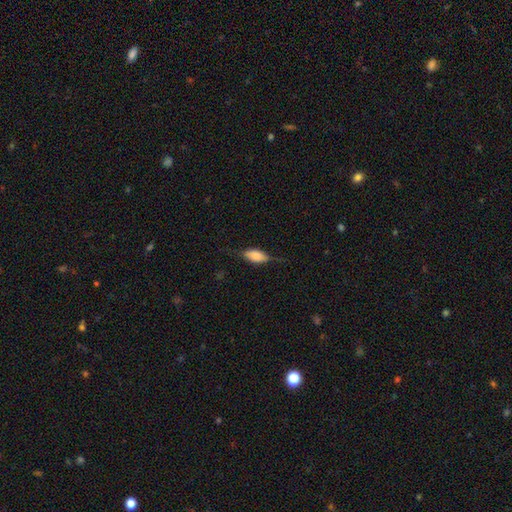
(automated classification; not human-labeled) Smooth or featured? Predicted: smooth (p=0.58). How rounded? Predicted: in between (p=0.80). Merging? Predicted: none (p=0.65).